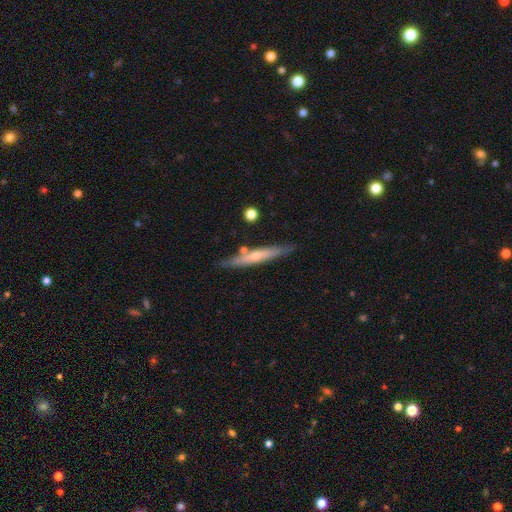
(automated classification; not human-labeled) A featured or disk galaxy (61%) viewed edge-on (91%) with a rounded central bulge (64%). Merging: none (80%).